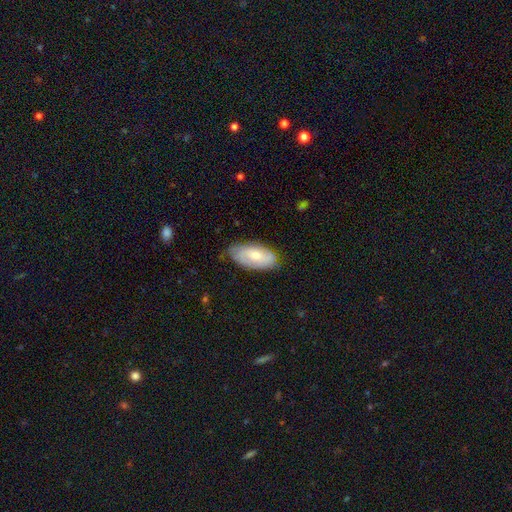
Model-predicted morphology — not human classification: Q: Smooth or featured?
A: smooth (54%); runner-up: featured or disk (40%)
Q: How rounded?
A: in between (92%); runner-up: cigar-shaped (6%)
Q: Merging?
A: none (68%); runner-up: minor disturbance (26%)